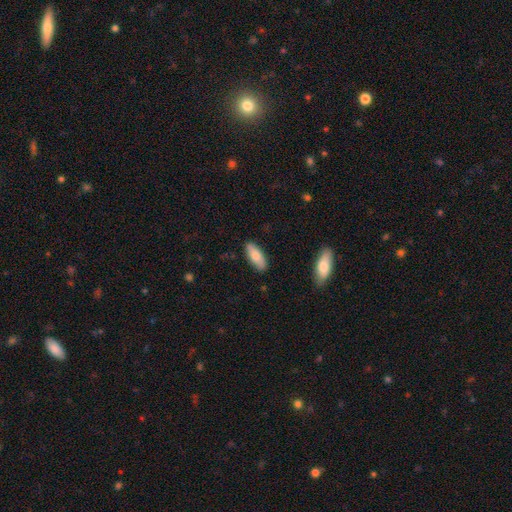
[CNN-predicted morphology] This is likely a smooth galaxy (78%). How rounded: likely in between (74%). Merging: clearly none (87%).